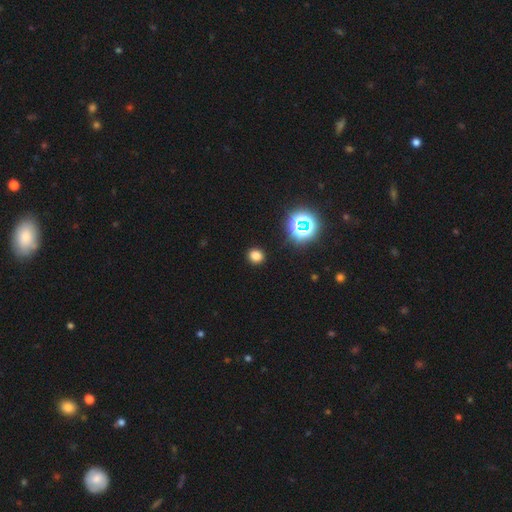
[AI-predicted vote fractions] This is likely a smooth galaxy (75%). How rounded: clearly round (81%). Merging: clearly none (91%).